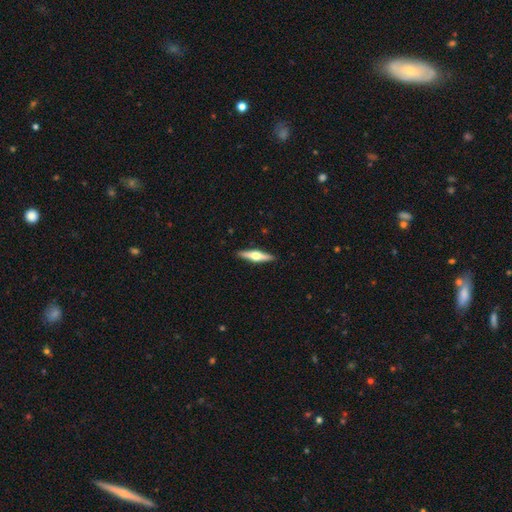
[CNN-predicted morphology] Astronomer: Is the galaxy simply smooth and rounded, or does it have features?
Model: featured or disk — 63%.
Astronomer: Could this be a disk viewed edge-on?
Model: yes — 97%.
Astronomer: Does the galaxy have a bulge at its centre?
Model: rounded — 94%.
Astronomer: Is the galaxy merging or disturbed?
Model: none — 91%.